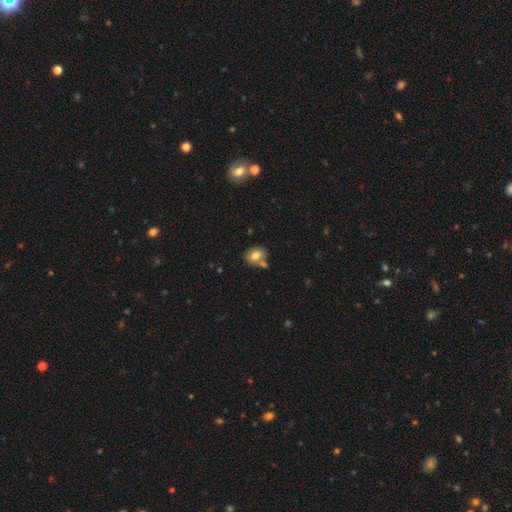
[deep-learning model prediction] Overall: smooth (75%). How rounded: in between (59%; round 40%). Merging: none (55%; merger 28%).